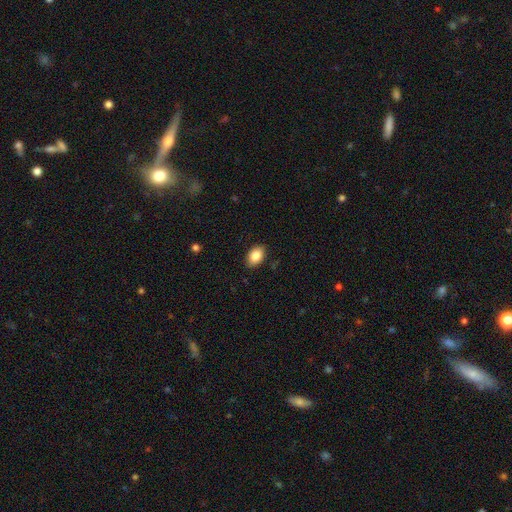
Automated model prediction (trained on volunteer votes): This is clearly a smooth galaxy (86%). How rounded: clearly in between (88%). Merging: clearly none (88%).